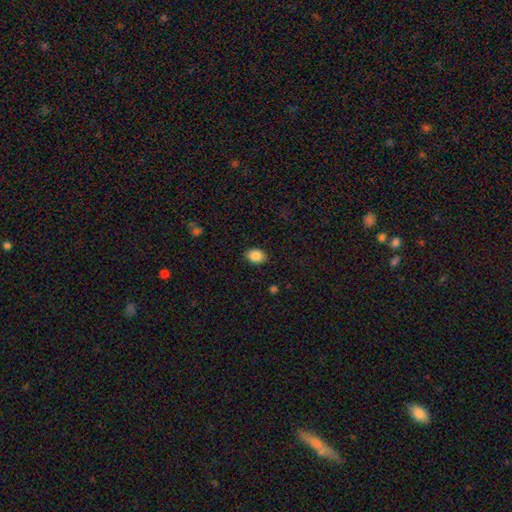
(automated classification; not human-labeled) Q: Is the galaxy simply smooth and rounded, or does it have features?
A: smooth — 86%.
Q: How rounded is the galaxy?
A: in between — 72%.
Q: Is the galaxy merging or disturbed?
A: none — 87%.